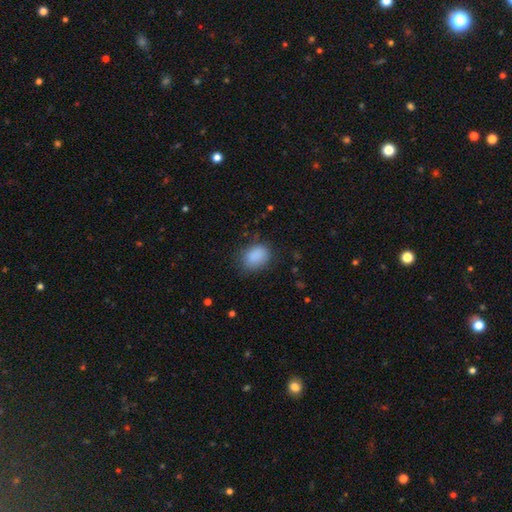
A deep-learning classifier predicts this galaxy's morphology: Smooth or featured: smooth — 88% (star or artifact — 8%)
How rounded: in between — 68% (round — 31%)
Merging: none — 77% (minor disturbance — 17%)